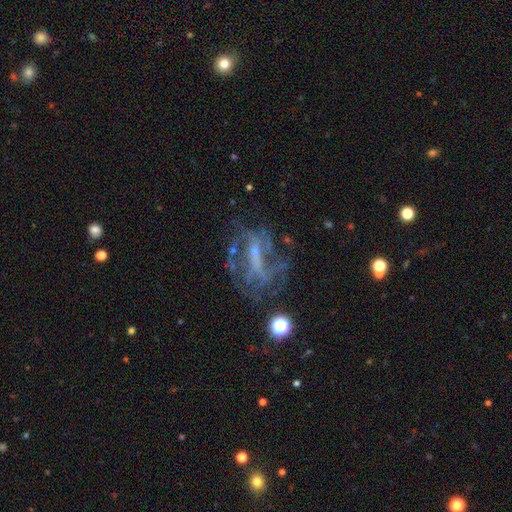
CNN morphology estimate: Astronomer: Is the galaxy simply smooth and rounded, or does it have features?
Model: featured or disk — 74%.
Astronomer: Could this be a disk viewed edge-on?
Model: no — 94%.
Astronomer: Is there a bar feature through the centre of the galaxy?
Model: no — 39% (runner-up: weak, 38%).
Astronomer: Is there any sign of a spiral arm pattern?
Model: yes — 65%.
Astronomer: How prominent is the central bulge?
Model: small — 63%.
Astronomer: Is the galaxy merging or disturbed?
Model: none — 48% (runner-up: major disturbance, 30%).